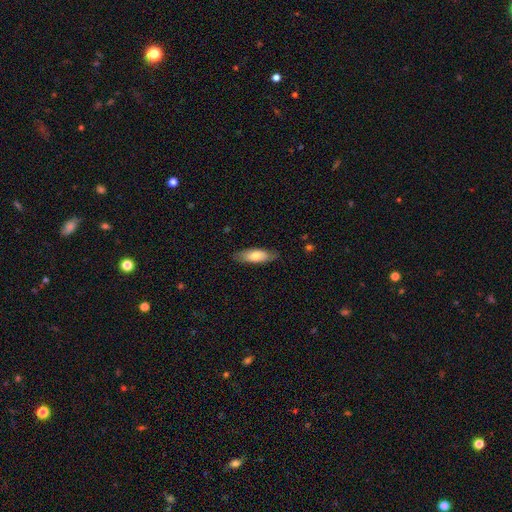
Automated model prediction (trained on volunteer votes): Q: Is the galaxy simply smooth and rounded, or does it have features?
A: smooth — 73%.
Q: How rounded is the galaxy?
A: in between — 63%.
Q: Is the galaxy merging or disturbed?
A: none — 81%.